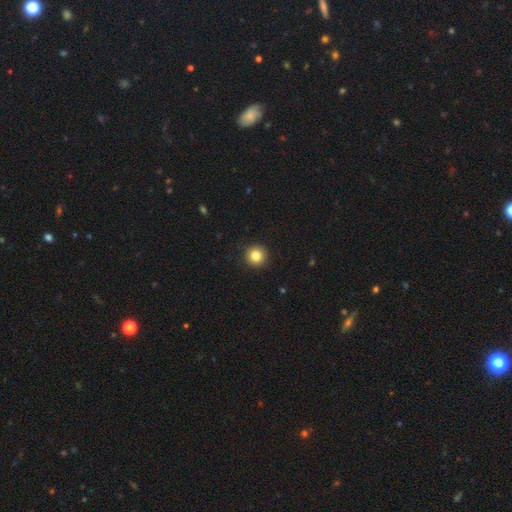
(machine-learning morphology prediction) A smooth galaxy with no disk features (85%) that is round (96%). Merging: none (93%).